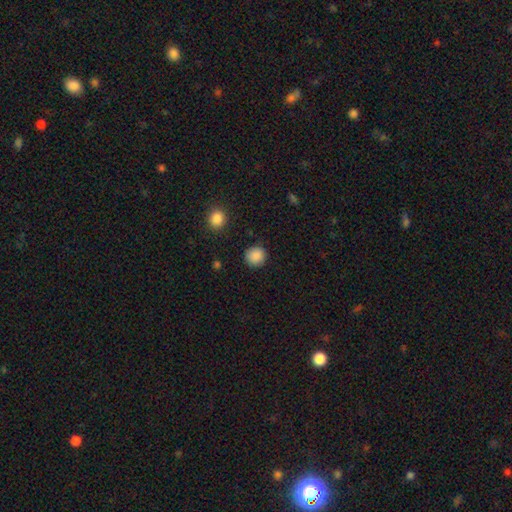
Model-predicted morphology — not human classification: Smooth or featured: smooth — 88% (star or artifact — 9%)
How rounded: round — 92% (in between — 7%)
Merging: none — 90% (minor disturbance — 6%)